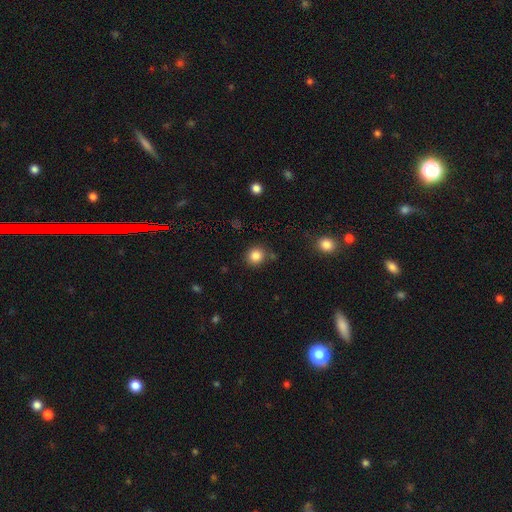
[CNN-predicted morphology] This appears to be a smooth galaxy with no disk features (84%) that is round (89%). Merging: none (82%).